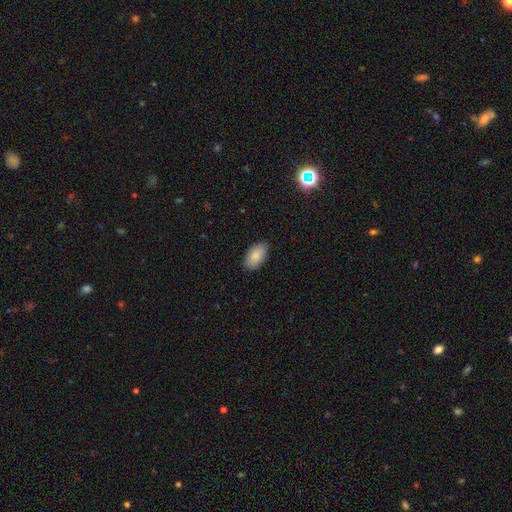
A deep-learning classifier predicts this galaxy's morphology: A smooth galaxy with no disk features (85%) that is in between round and cigar-shaped (95%).

Vote fractions:
- Smooth or featured? smooth: 85% / featured or disk: 8% / star or artifact: 6%
- How rounded? in between: 95% / round: 4% / cigar-shaped: 2%
- Merging? none: 84% / minor disturbance: 12% / major disturbance: 2% / merger: 1%